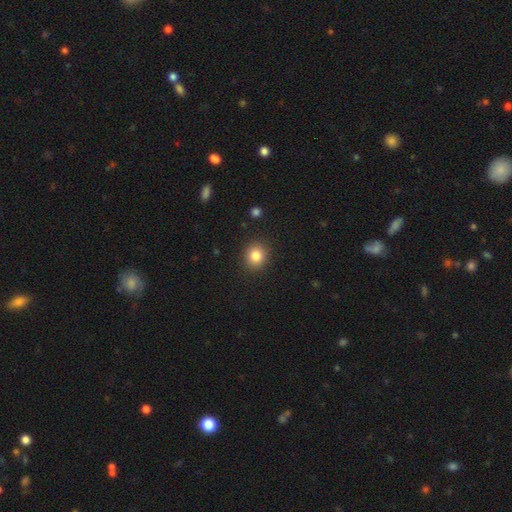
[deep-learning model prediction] Morphology: type=smooth (83%); roundness=round (80%); merging=none (90%).